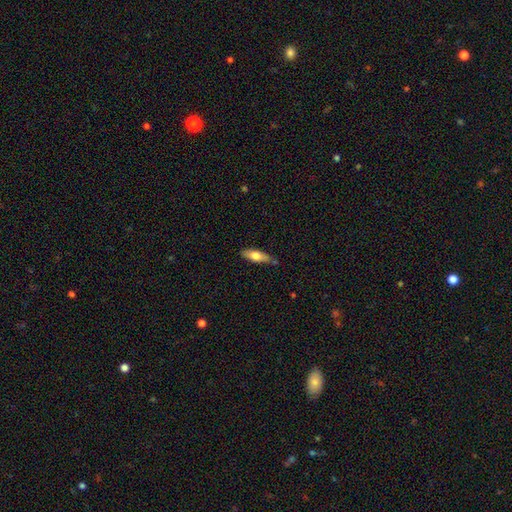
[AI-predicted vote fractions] Morphology: type=smooth (67%); roundness=in between (54%); merging=none (73%).